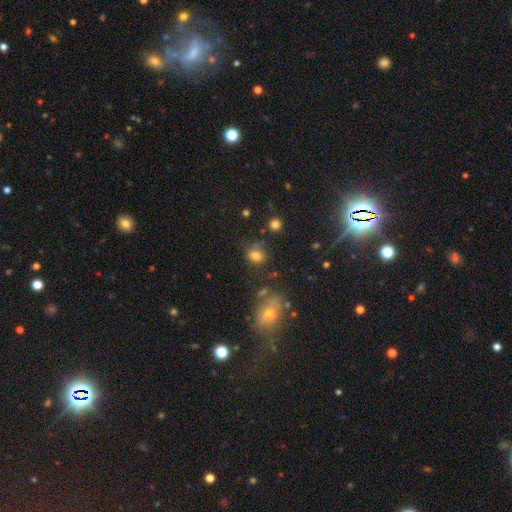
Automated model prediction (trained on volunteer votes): Morphology: type=smooth (76%); roundness=round (54%); merging=none (59%).